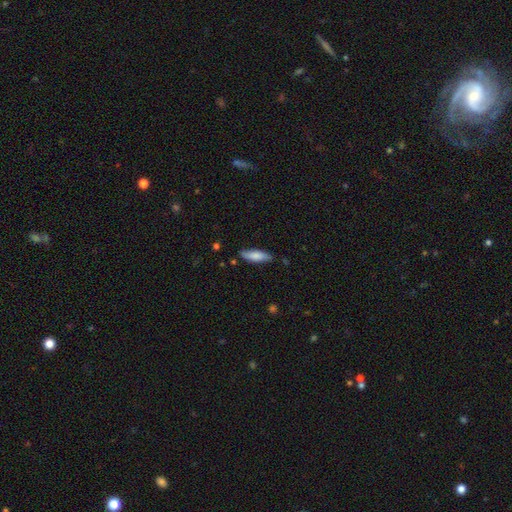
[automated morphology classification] Q: Smooth or featured?
A: smooth (77%); runner-up: featured or disk (18%)
Q: How rounded?
A: cigar-shaped (52%); runner-up: in between (47%)
Q: Merging?
A: none (80%); runner-up: minor disturbance (16%)